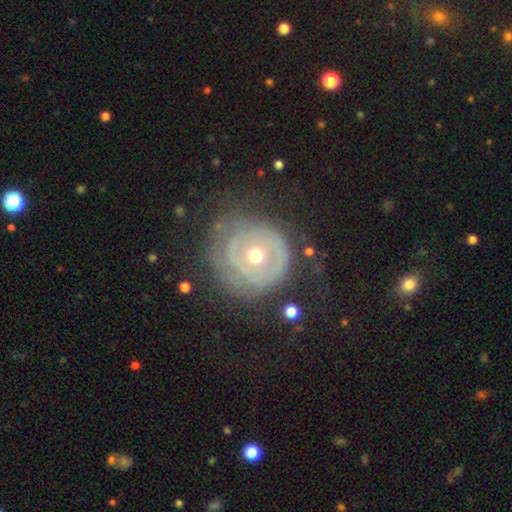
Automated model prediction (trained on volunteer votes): A featured or disk galaxy (69%) with no bar (83%), spiral arms (56%) and a moderate central bulge (62%). Merging: none (59%).